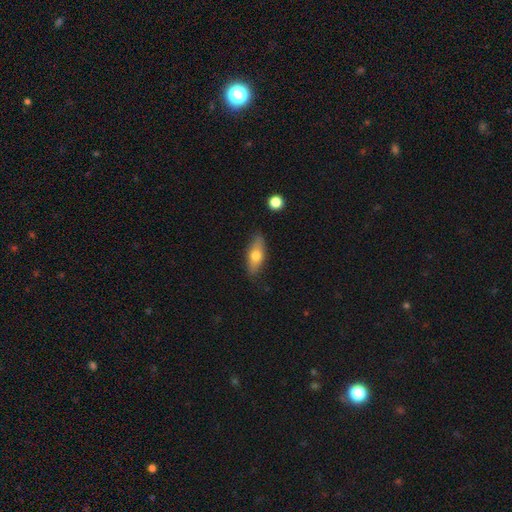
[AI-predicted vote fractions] This is likely a smooth galaxy (64%). How rounded: likely in between (64%). Merging: clearly none (83%).